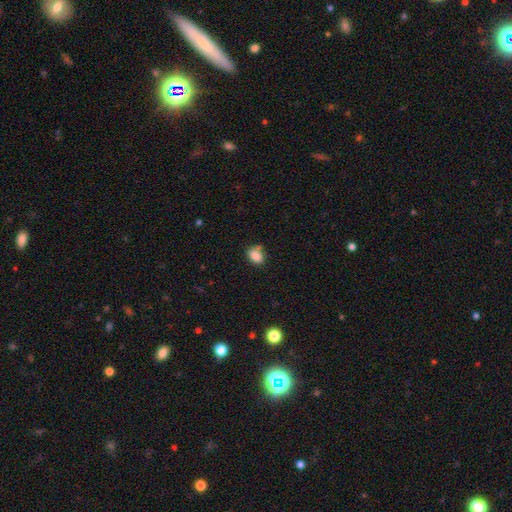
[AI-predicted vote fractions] smooth-or-featured: smooth: 84% | star or artifact: 10% | featured or disk: 6%
  how-rounded: in between: 72% | round: 27% | cigar-shaped: 1%
  merging: none: 61% | minor disturbance: 22% | merger: 11% | major disturbance: 6%